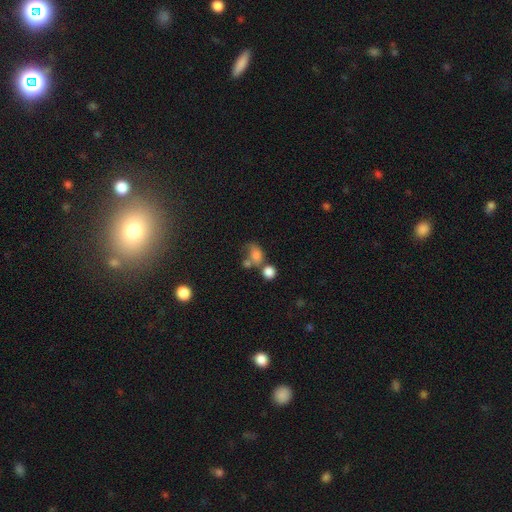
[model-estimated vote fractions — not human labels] This is likely a smooth galaxy (74%). How rounded: possibly in between (59%). Merging: marginally merger (42%).